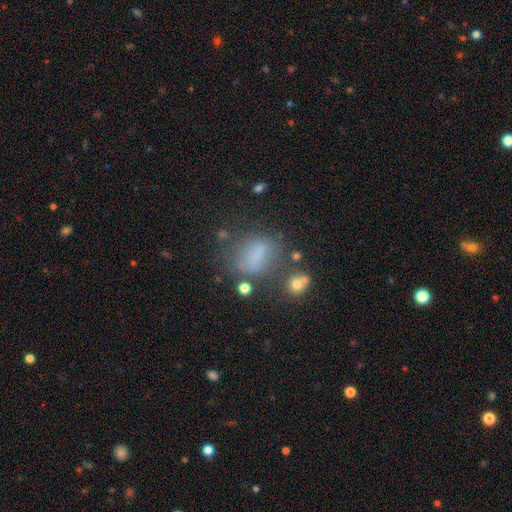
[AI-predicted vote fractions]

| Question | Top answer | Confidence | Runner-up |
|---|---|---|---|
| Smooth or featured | smooth | 61% | featured or disk (21%) |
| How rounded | in between | 68% | round (29%) |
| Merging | none | 50% | minor disturbance (23%) |